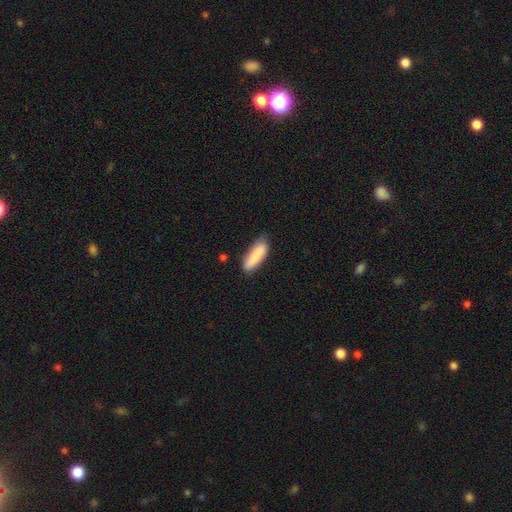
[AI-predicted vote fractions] smooth_or_featured: smooth (p=0.86) [alt: featured or disk p=0.08]
how_rounded: in between (p=0.50) [alt: cigar-shaped p=0.48]
merging: none (p=0.71) [alt: minor disturbance p=0.23]